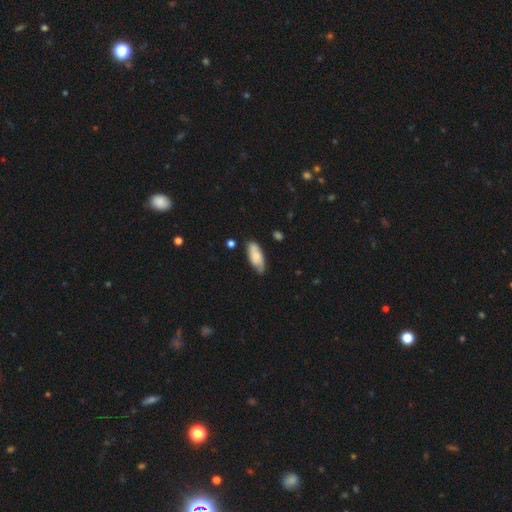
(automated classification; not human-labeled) Smooth or featured? smooth (69%)
How rounded? in between (80%)
Merging? none (70%)